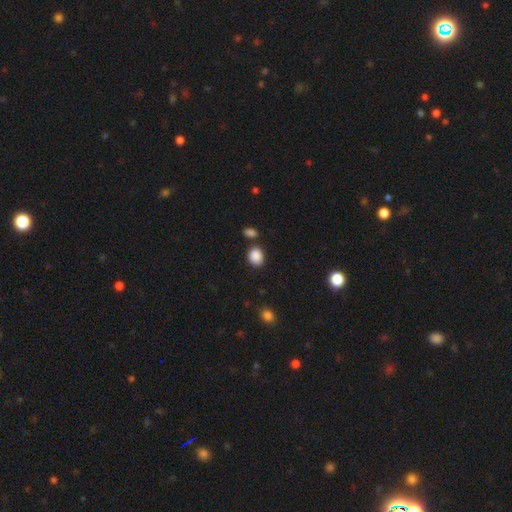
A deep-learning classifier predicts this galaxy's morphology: This is clearly a smooth galaxy (87%). How rounded: possibly round (58%). Merging: likely none (74%).